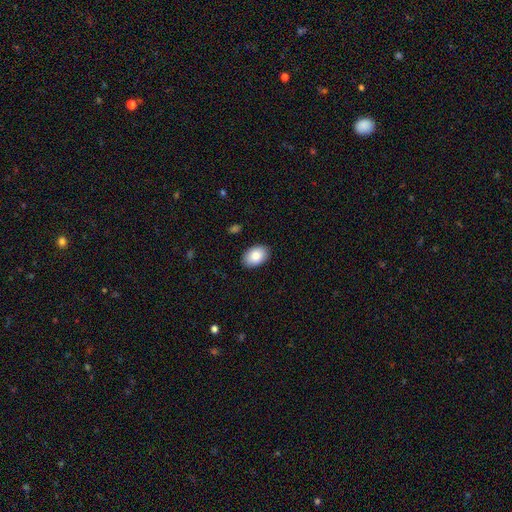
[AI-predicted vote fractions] smooth 83%, featured or disk 10%, star or artifact 7%. Down the decision tree: how rounded — in between (88%); merging — none (89%).